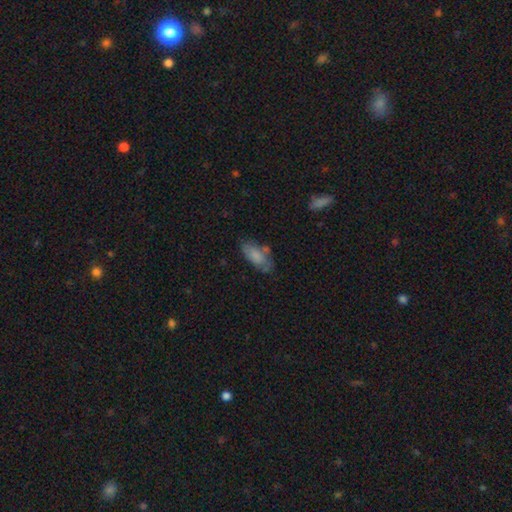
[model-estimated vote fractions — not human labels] This is likely a smooth galaxy (77%). How rounded: clearly in between (86%). Merging: possibly none (57%).